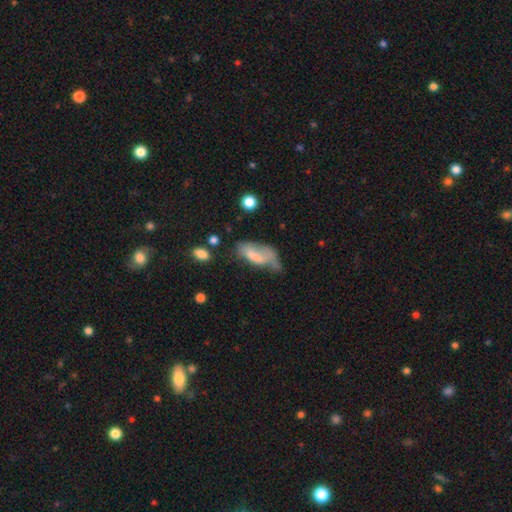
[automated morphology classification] Smooth or featured?
  - smooth: 62% *
  - featured or disk: 29%
  - star or artifact: 9%
How rounded?
  - in between: 80% *
  - cigar-shaped: 17%
  - round: 3%
Merging?
  - major disturbance: 35% *
  - minor disturbance: 33%
  - none: 23%
  - merger: 10%